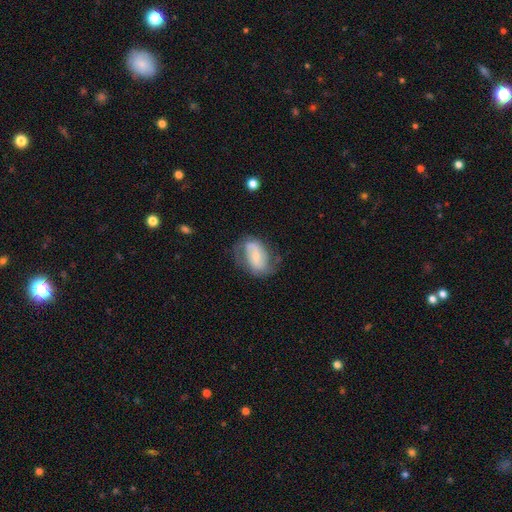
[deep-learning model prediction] This is likely a featured or disk galaxy (65%). It is clearly not viewed edge-on (96%). Bar: marginally weak (39%). Spiral arm pattern: clearly yes (84%). Spiral arm count: likely 2 (77%). Spiral winding: marginally medium (42%). Central bulge: likely small (61%). Merging: possibly none (57%).